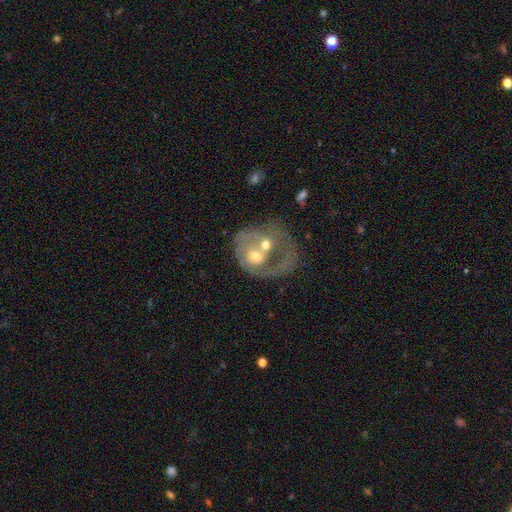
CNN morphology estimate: Smooth or featured? Predicted: featured or disk (p=0.70). Edge-on disk? Predicted: no (p=0.97). Bar? Predicted: no (p=0.75). Spiral arms? Predicted: yes (p=0.58). Bulge size? Predicted: moderate (p=0.66). Merging? Predicted: merger (p=0.64).